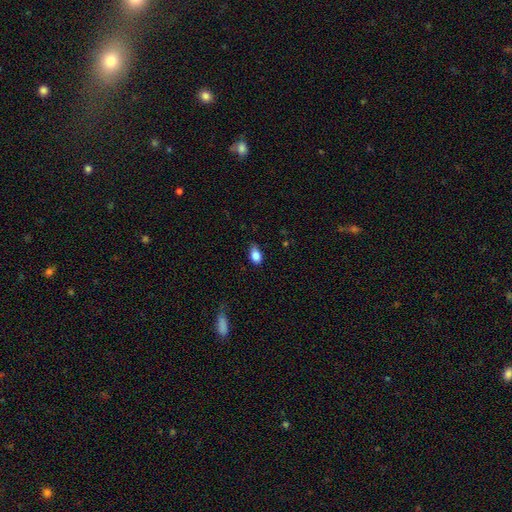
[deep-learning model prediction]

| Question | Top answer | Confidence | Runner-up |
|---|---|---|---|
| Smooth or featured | smooth | 85% | star or artifact (8%) |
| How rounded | in between | 87% | round (10%) |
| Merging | none | 65% | minor disturbance (29%) |